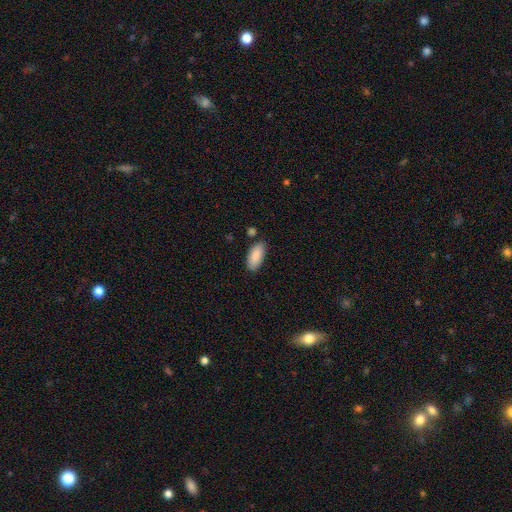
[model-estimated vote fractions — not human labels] Smooth or featured? smooth (88%)
How rounded? in between (89%)
Merging? none (80%)